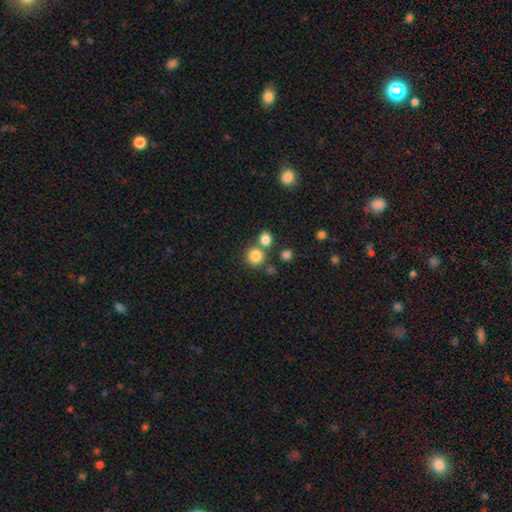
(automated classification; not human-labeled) Overall: smooth (82%). How rounded: round (90%). Merging: none (66%).